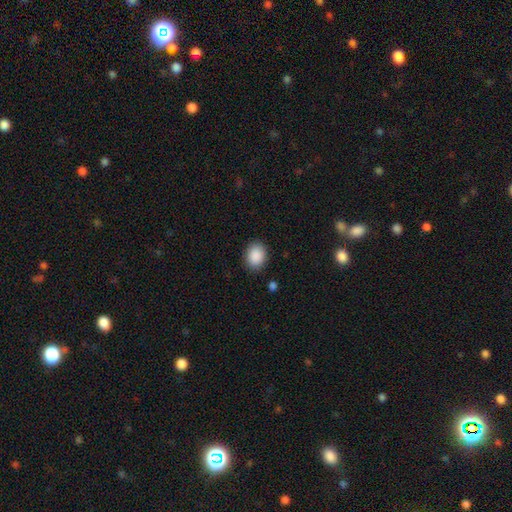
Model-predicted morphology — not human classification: Smooth or featured? smooth (90%)
How rounded? in between (51%)
Merging? none (88%)